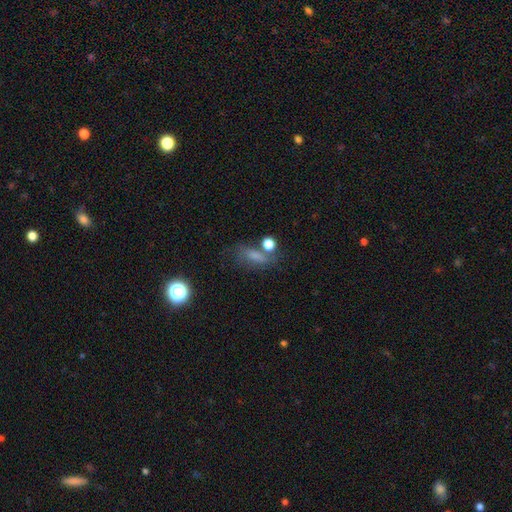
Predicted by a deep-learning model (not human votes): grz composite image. It shows a smooth galaxy with no disk features (62%) that is in between round and cigar-shaped (57%). Merging: none (52%).